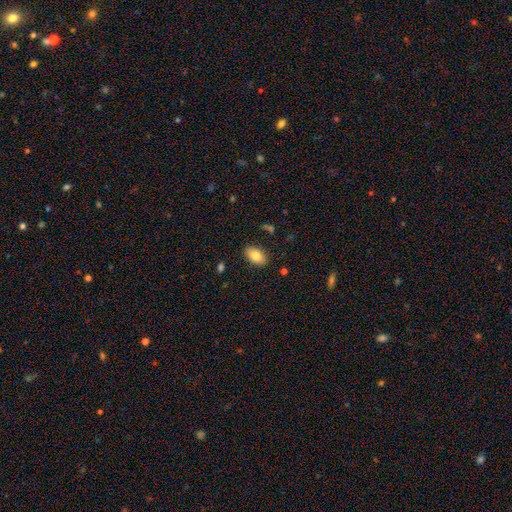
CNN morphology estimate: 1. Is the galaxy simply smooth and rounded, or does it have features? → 81% smooth, 11% featured or disk, 7% star or artifact.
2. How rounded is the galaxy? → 92% in between, 6% round, 2% cigar-shaped.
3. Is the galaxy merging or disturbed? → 86% none, 10% minor disturbance, 2% major disturbance, 1% merger.